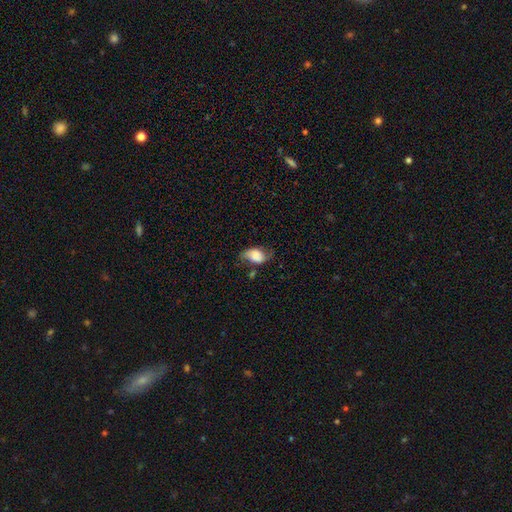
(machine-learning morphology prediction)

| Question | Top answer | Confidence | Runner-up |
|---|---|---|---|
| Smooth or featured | smooth | 61% | featured or disk (30%) |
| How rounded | in between | 85% | round (13%) |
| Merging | none | 47% | minor disturbance (32%) |